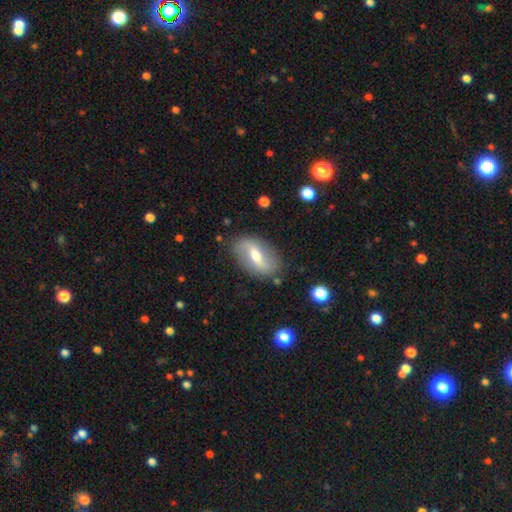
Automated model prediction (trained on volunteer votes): Smooth or featured?
  - featured or disk: 61% *
  - smooth: 32%
  - star or artifact: 7%
Edge-on disk?
  - no: 88% *
  - yes: 12%
Bar?
  - weak: 42% *
  - strong: 40%
  - no: 18%
Spiral arms?
  - yes: 66% *
  - no: 34%
Bulge size?
  - moderate: 67% *
  - small: 22%
  - large: 8%
  - none: 2%
  - dominant: 1%
Merging?
  - none: 81% *
  - minor disturbance: 13%
  - major disturbance: 4%
  - merger: 2%